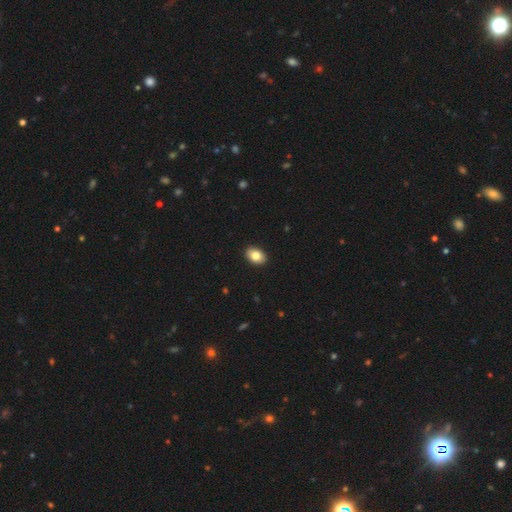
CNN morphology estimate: A smooth galaxy with no disk features (83%) that is in between round and cigar-shaped (86%). Merging: none (92%).